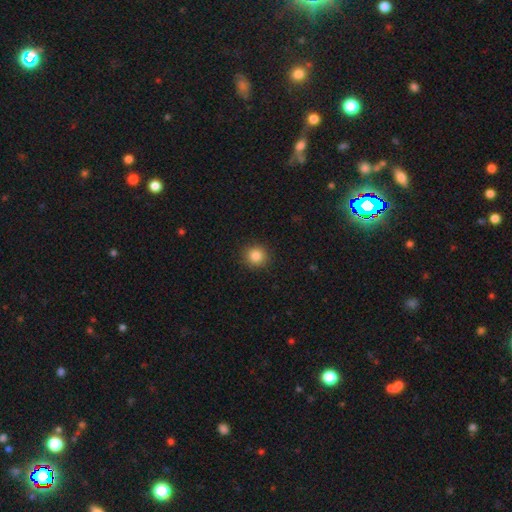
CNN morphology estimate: A smooth galaxy with no disk features (85%) that is round (92%). Merging: none (92%).